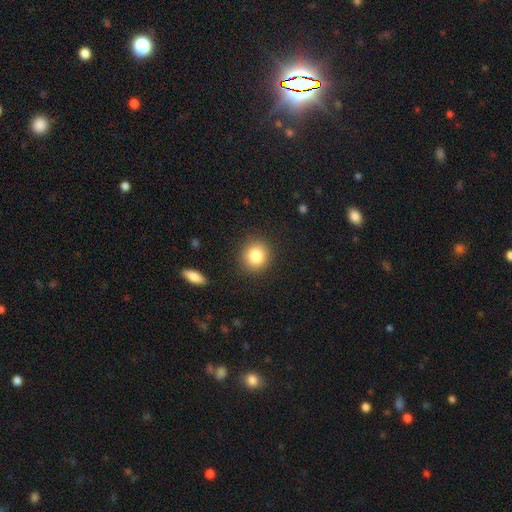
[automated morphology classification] type=smooth (83%); roundness=round (87%); merging=none (89%).